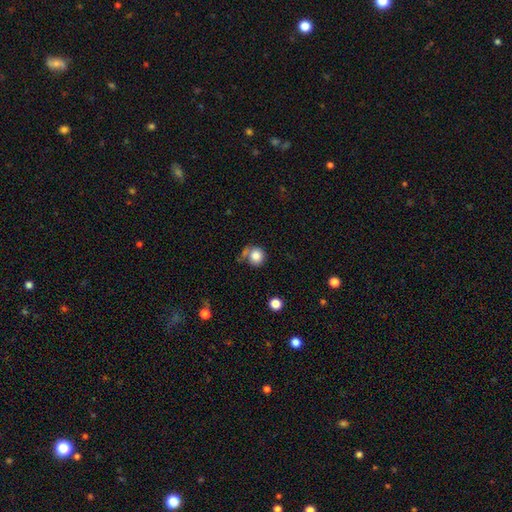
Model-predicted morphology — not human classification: A smooth galaxy with no disk features (84%) that is round (86%).

Vote fractions:
- Smooth or featured? smooth: 84% / star or artifact: 9% / featured or disk: 7%
- How rounded? round: 86% / in between: 13% / cigar-shaped: 1%
- Merging? none: 57% / minor disturbance: 18% / merger: 17% / major disturbance: 8%